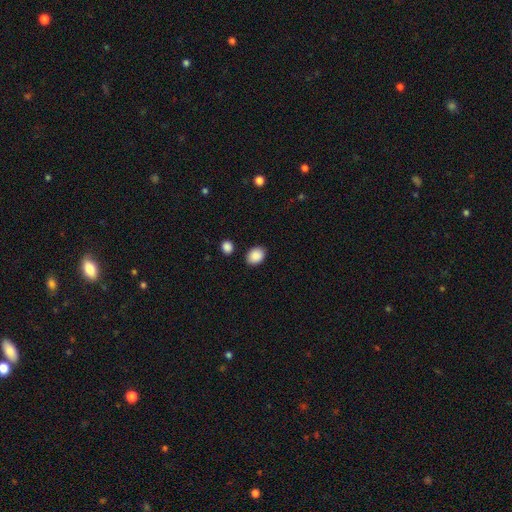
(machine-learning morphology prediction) Smooth or featured?
  - smooth: 89% *
  - star or artifact: 8%
  - featured or disk: 3%
How rounded?
  - in between: 65% *
  - round: 34%
  - cigar-shaped: 1%
Merging?
  - none: 86% *
  - minor disturbance: 9%
  - merger: 3%
  - major disturbance: 2%